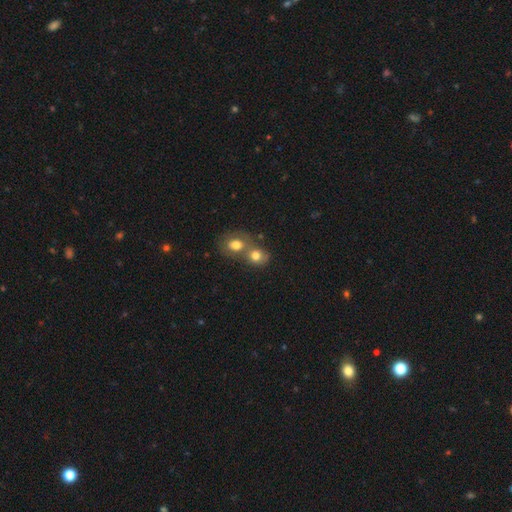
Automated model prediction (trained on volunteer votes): This is likely a smooth galaxy (77%). How rounded: likely round (68%). Merging: likely merger (61%).